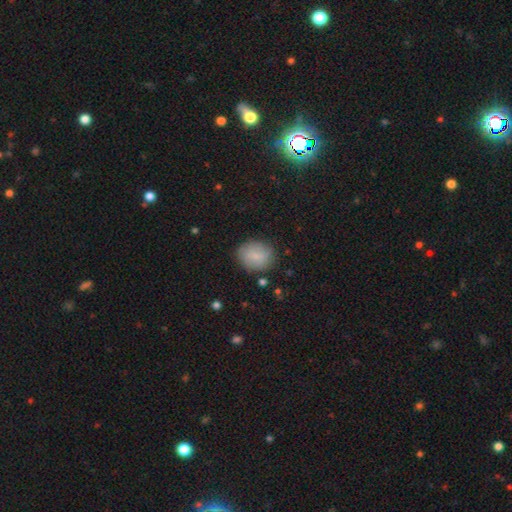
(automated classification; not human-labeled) A smooth galaxy with no disk features (80%) that is round (57%).

Vote fractions:
- Smooth or featured? smooth: 80% / featured or disk: 12% / star or artifact: 8%
- How rounded? round: 57% / in between: 42% / cigar-shaped: 1%
- Merging? none: 79% / minor disturbance: 15% / major disturbance: 4% / merger: 2%